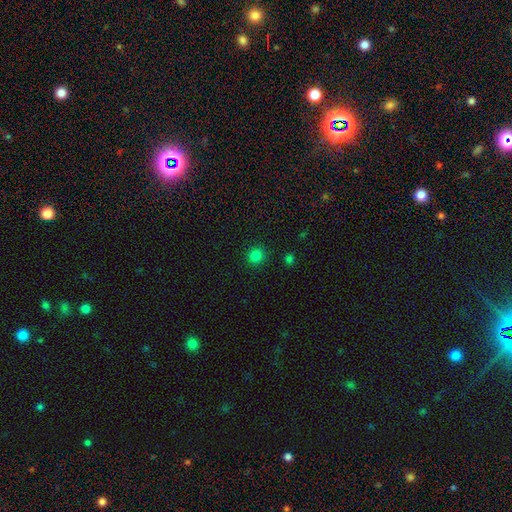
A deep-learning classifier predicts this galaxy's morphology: Smooth or featured? Predicted: smooth (p=0.82). How rounded? Predicted: round (p=0.91). Merging? Predicted: none (p=0.90).